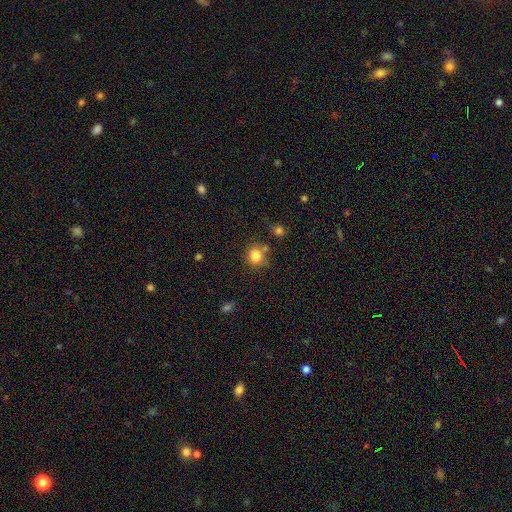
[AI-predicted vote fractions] A smooth galaxy with no disk features (82%) that is round (78%).

Vote fractions:
- Smooth or featured? smooth: 82% / star or artifact: 11% / featured or disk: 7%
- How rounded? round: 78% / in between: 21% / cigar-shaped: 1%
- Merging? none: 67% / minor disturbance: 15% / merger: 13% / major disturbance: 5%